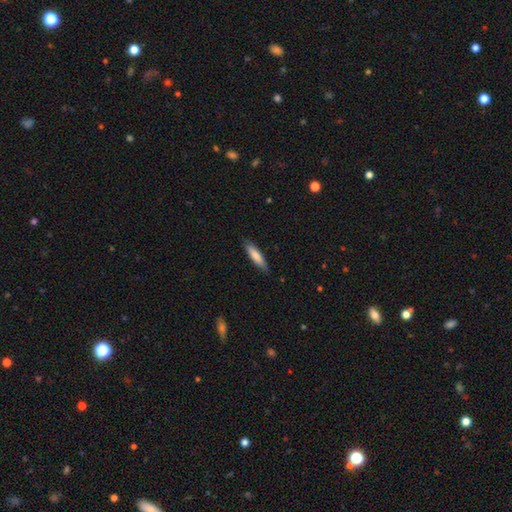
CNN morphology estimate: type=smooth (79%); roundness=cigar-shaped (78%); merging=none (84%).